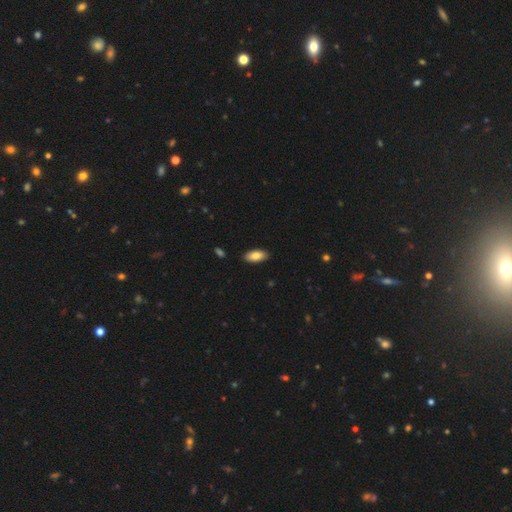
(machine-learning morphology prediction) A smooth galaxy with no disk features (83%) that is in between round and cigar-shaped (90%).

Vote fractions:
- Smooth or featured? smooth: 83% / featured or disk: 11% / star or artifact: 6%
- How rounded? in between: 90% / cigar-shaped: 8% / round: 2%
- Merging? none: 89% / minor disturbance: 8% / major disturbance: 2% / merger: 1%